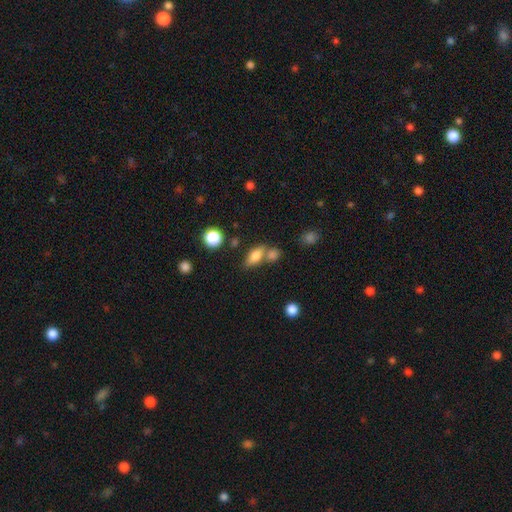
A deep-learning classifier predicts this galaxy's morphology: Q: Smooth or featured?
A: smooth (72%); runner-up: featured or disk (18%)
Q: How rounded?
A: in between (73%); runner-up: cigar-shaped (18%)
Q: Merging?
A: none (51%); runner-up: merger (31%)